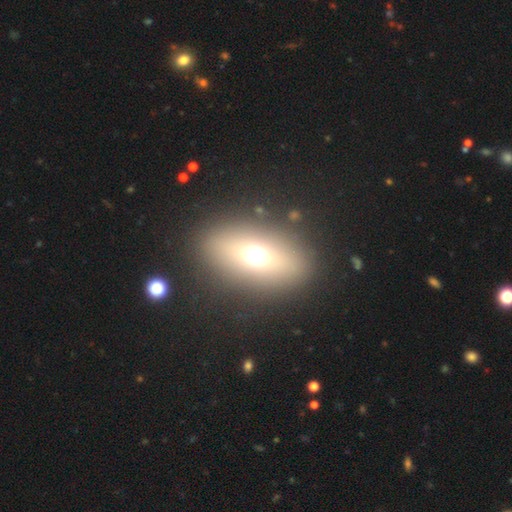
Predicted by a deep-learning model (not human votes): A smooth galaxy with no disk features (59%) that is in between round and cigar-shaped (68%).

Vote fractions:
- Smooth or featured? smooth: 59% / featured or disk: 23% / star or artifact: 19%
- How rounded? in between: 68% / round: 27% / cigar-shaped: 5%
- Merging? none: 86% / minor disturbance: 7% / major disturbance: 5% / merger: 2%